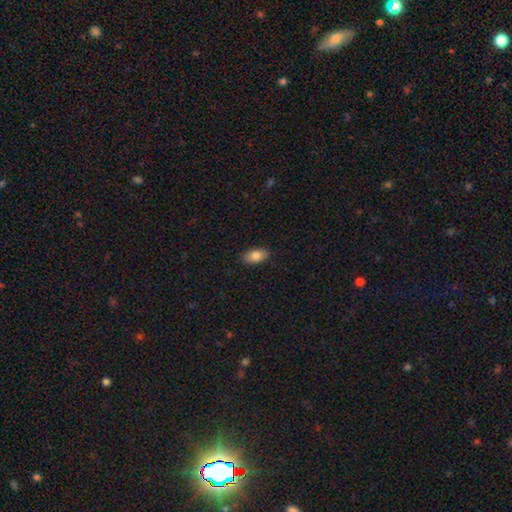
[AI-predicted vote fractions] This is clearly a smooth galaxy (85%). How rounded: clearly in between (93%). Merging: clearly none (88%).